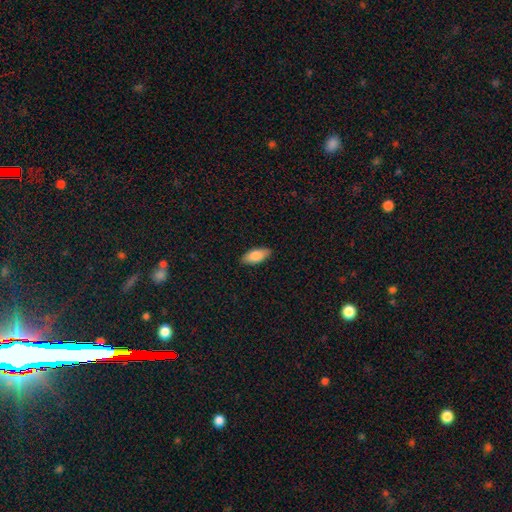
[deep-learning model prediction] This appears to be a smooth galaxy with no disk features (84%) that is in between round and cigar-shaped (86%). Merging: none (87%).